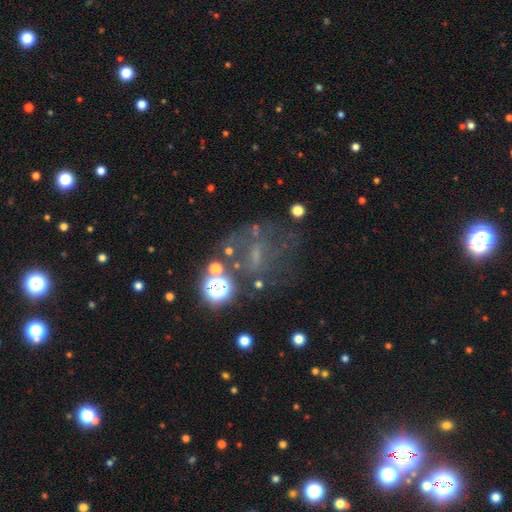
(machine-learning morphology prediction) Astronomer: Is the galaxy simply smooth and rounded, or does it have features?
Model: featured or disk — 35% (runner-up: star or artifact, 33%).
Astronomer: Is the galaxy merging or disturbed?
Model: none — 46% (runner-up: major disturbance, 27%).